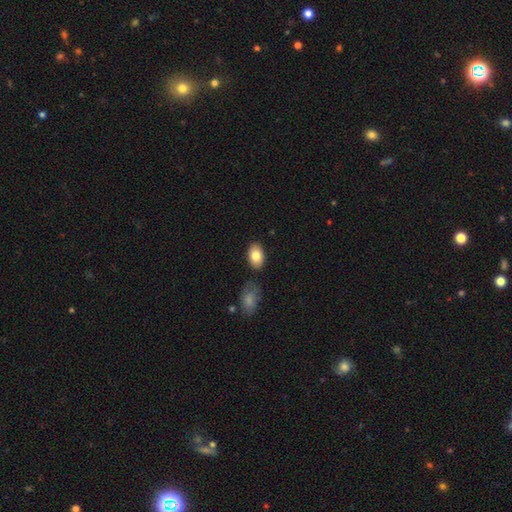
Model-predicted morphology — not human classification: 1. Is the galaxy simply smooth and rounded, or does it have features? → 83% smooth, 10% featured or disk, 7% star or artifact.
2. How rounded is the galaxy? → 90% in between, 9% round, 1% cigar-shaped.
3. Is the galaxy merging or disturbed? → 82% none, 11% minor disturbance, 4% merger, 2% major disturbance.